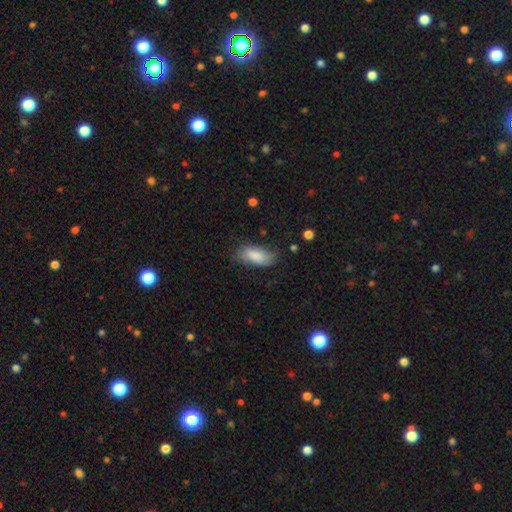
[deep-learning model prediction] Smooth or featured? smooth (85%)
How rounded? in between (84%)
Merging? none (70%)